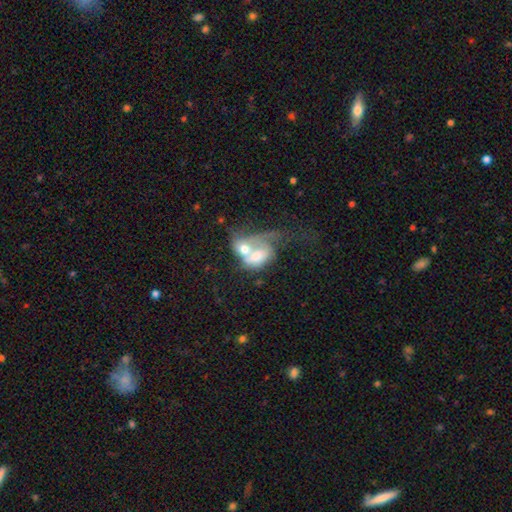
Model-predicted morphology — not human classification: smooth 47%, featured or disk 45%, star or artifact 8%. Down the decision tree: merging — merger (77%).